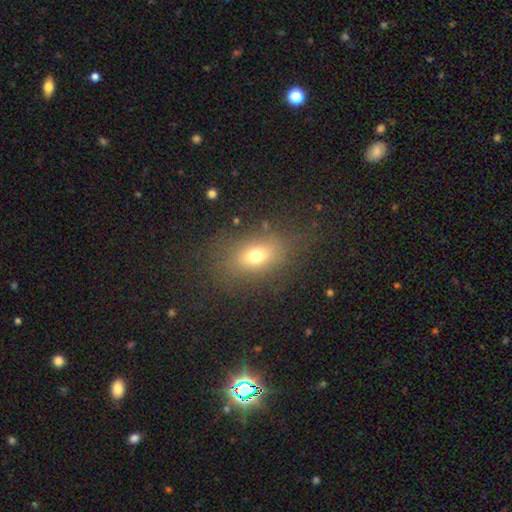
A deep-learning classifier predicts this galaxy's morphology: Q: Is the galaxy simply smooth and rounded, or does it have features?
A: smooth — 69%.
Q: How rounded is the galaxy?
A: in between — 77%.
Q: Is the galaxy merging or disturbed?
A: none — 75%.